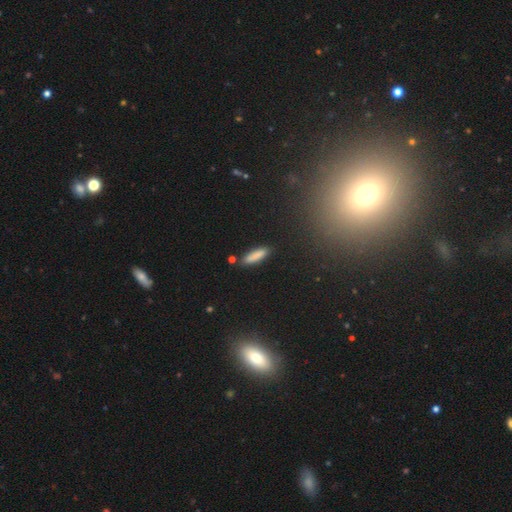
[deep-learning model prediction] This appears to be a smooth galaxy with no disk features (85%) that is cigar-shaped (74%). Merging: none (83%).